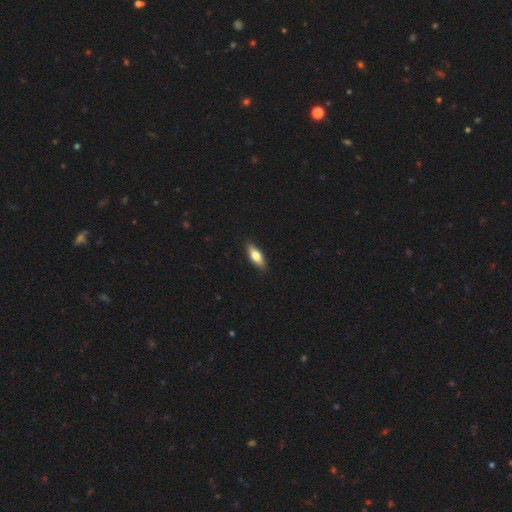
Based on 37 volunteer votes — smooth 70%, featured or disk 27%, star or artifact 3%. Down the decision tree: how rounded — cigar-shaped (73%); merging — none (94%).